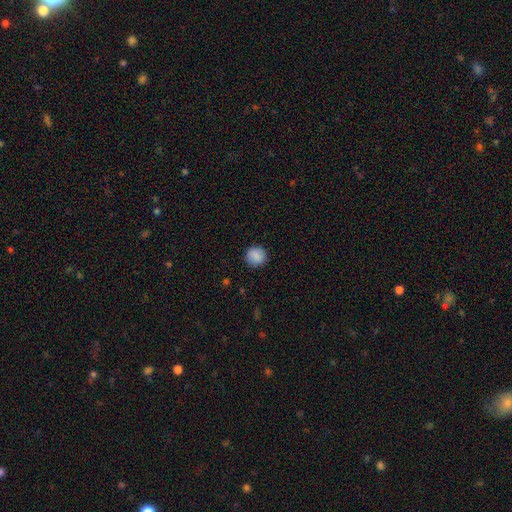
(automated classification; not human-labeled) Smooth or featured: smooth — 88% (star or artifact — 8%)
How rounded: round — 90% (in between — 9%)
Merging: none — 89% (minor disturbance — 8%)